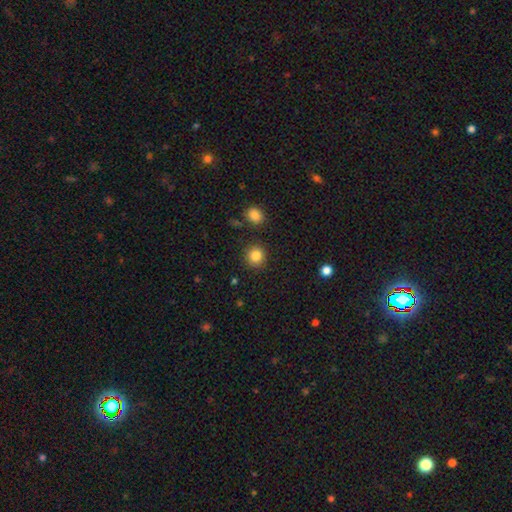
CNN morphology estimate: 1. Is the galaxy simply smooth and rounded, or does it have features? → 85% smooth, 10% star or artifact, 5% featured or disk.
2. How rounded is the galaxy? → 91% round, 8% in between, 1% cigar-shaped.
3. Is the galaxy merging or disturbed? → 89% none, 6% minor disturbance, 2% merger, 2% major disturbance.